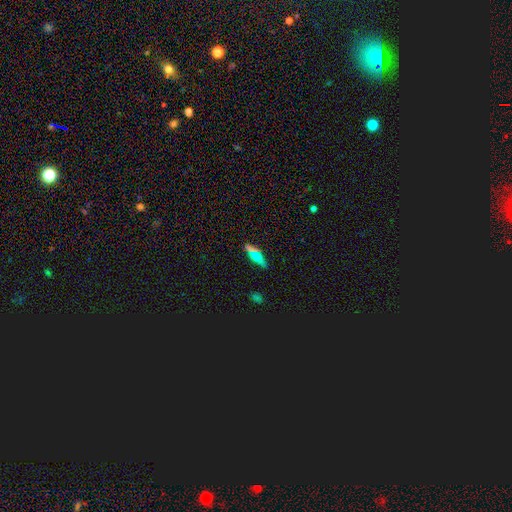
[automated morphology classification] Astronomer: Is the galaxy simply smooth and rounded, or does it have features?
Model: smooth — 52% (runner-up: featured or disk, 34%).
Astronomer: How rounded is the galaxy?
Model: cigar-shaped — 55% (runner-up: in between, 39%).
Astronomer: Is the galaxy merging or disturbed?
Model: none — 72%.